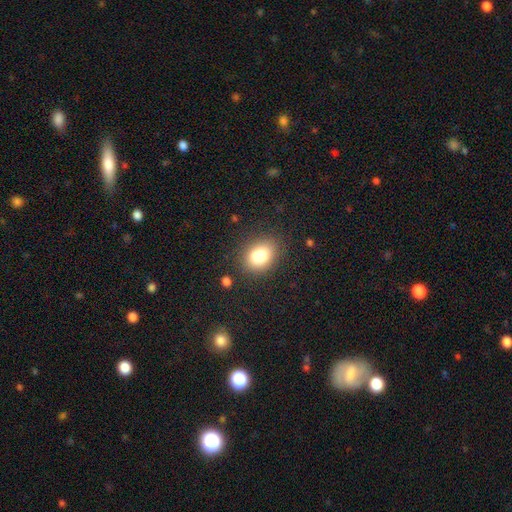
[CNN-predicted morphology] A smooth galaxy with no disk features (79%) that is in between round and cigar-shaped (66%).

Vote fractions:
- Smooth or featured? smooth: 79% / featured or disk: 11% / star or artifact: 10%
- How rounded? in between: 66% / round: 33% / cigar-shaped: 1%
- Merging? none: 73% / minor disturbance: 15% / merger: 8% / major disturbance: 4%